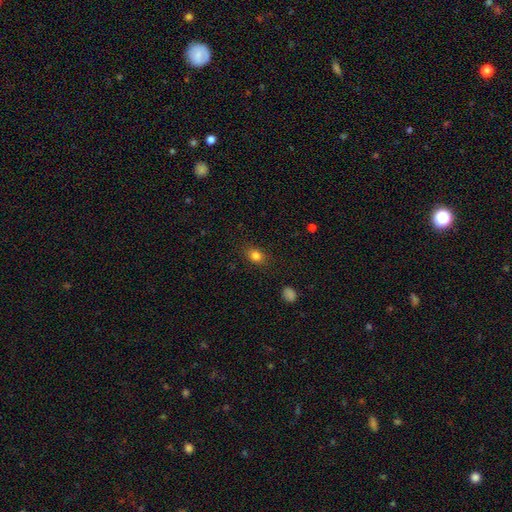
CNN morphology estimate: smooth 82%, star or artifact 11%, featured or disk 7%. Down the decision tree: how rounded — in between (61%); merging — none (85%).